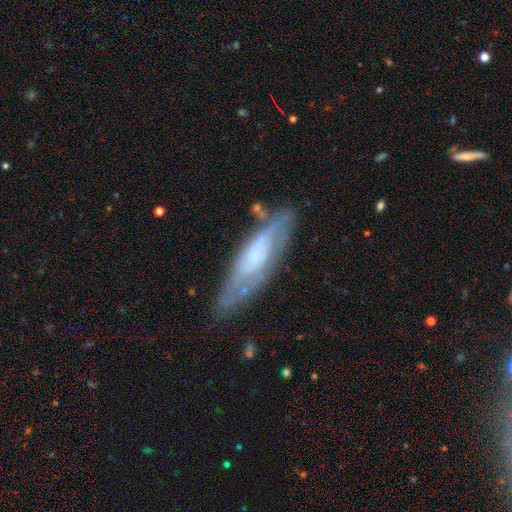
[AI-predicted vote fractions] Smooth or featured: featured or disk — 58% (smooth — 35%)
Edge-on disk: no — 59% (yes — 41%)
Merging: none — 67% (minor disturbance — 22%)